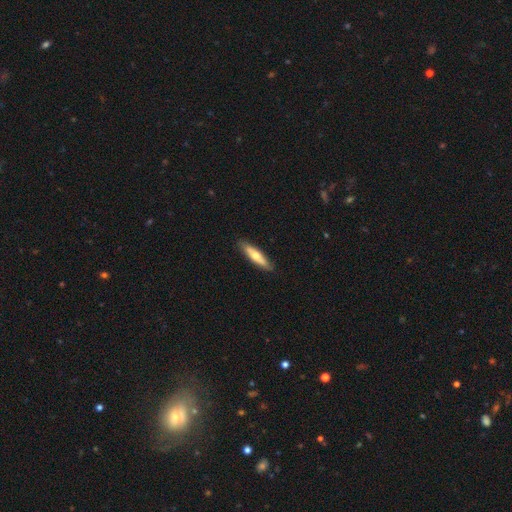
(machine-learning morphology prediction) The model was most divided on "smooth or featured": smooth: 59%, featured or disk: 36%, star or artifact: 5%. More confident: merging — none (89%); how rounded — cigar-shaped (78%).